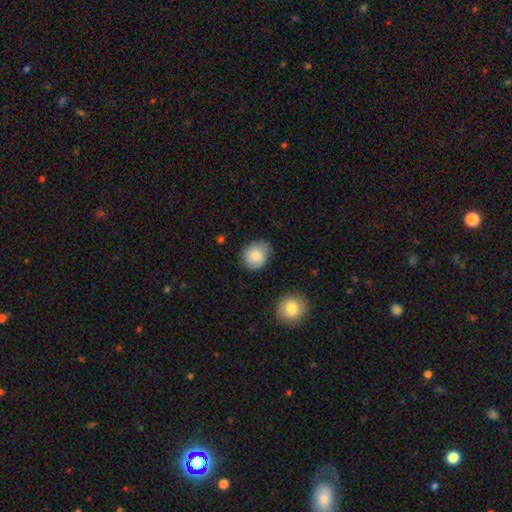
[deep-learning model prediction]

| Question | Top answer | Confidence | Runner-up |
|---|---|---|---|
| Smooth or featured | smooth | 81% | featured or disk (12%) |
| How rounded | round | 67% | in between (33%) |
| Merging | none | 73% | minor disturbance (20%) |